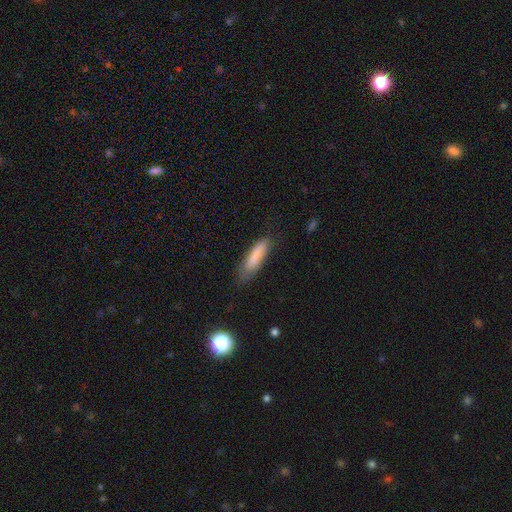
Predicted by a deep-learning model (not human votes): Smooth or featured? smooth (83%)
How rounded? cigar-shaped (66%)
Merging? none (72%)